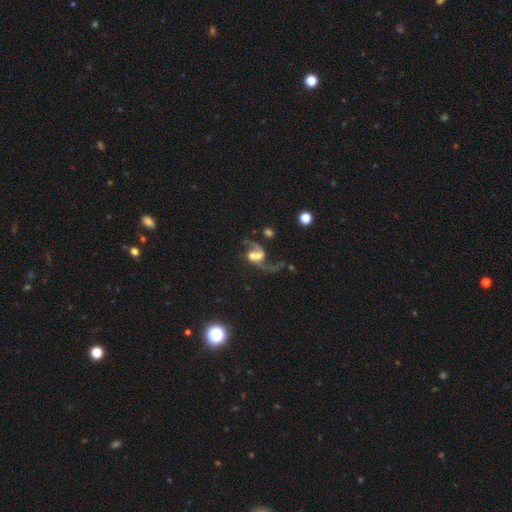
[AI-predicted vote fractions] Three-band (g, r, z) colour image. It shows a featured or disk galaxy (71%) with no bar (46%), 2 (70%) loose (79%) spiral arms (84%) and a moderate central bulge (36%). Merging: merger (40%).